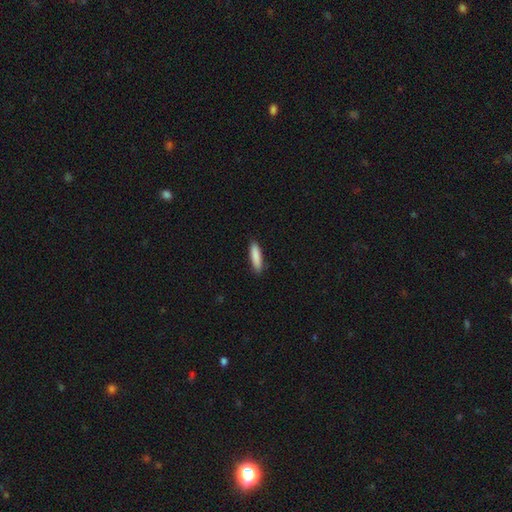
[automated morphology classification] A smooth galaxy with no disk features (88%) that is cigar-shaped (74%). Merging: none (88%).